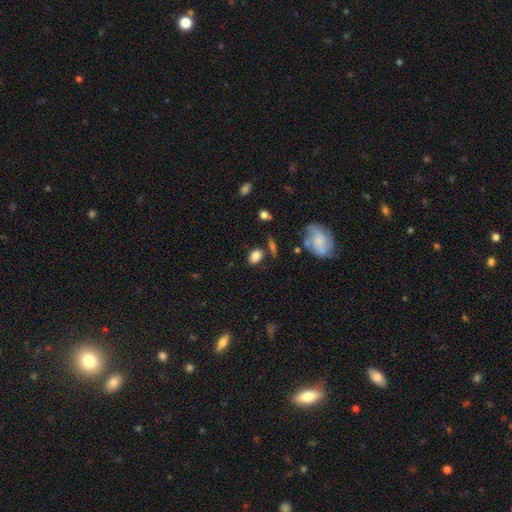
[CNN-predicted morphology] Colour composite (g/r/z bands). It shows a smooth galaxy with no disk features (80%) that is in between round and cigar-shaped (75%). Merging: none (69%).